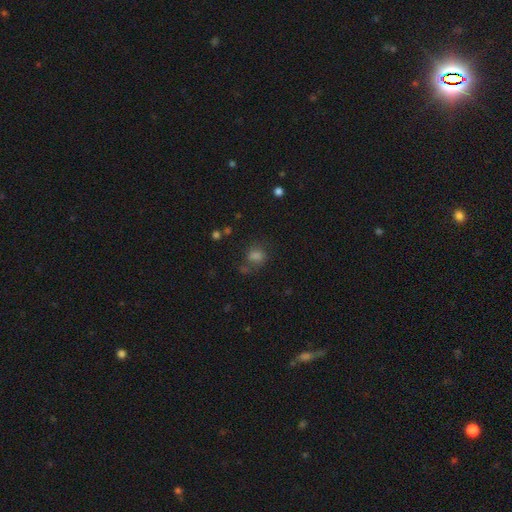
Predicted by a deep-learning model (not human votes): A smooth galaxy with no disk features (70%) that is round (53%). Merging: none (55%).